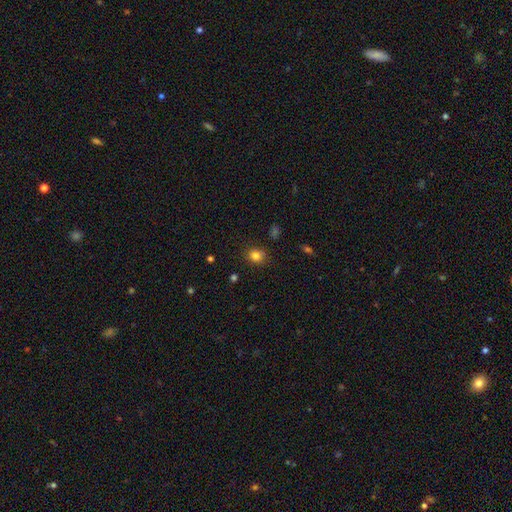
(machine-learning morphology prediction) type=smooth (81%); roundness=round (69%); merging=none (84%).